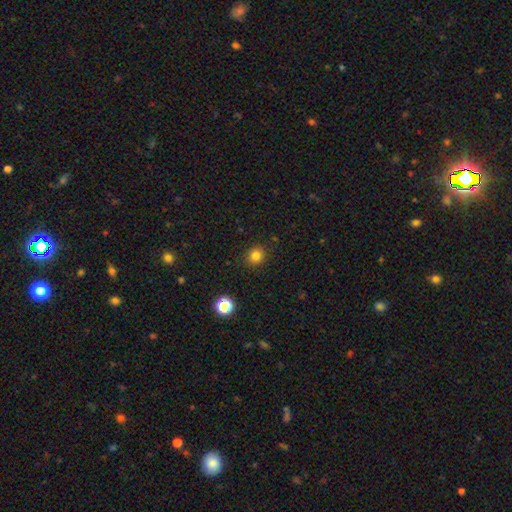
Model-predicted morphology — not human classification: Overall: smooth (81%). How rounded: round (83%). Merging: none (90%).